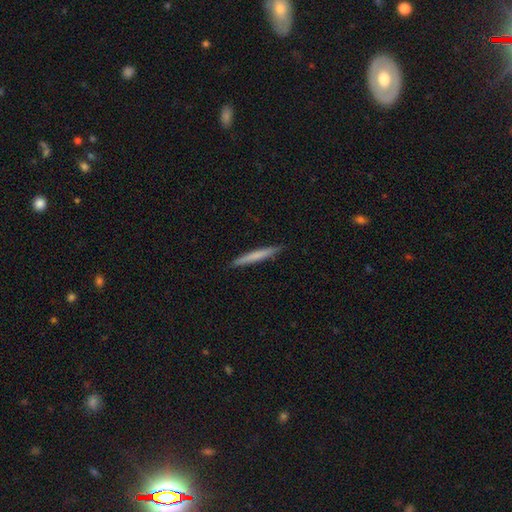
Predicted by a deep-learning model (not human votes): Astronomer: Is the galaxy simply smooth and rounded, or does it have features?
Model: smooth — 66%.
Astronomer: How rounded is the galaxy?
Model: cigar-shaped — 97%.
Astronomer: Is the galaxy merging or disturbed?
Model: none — 91%.